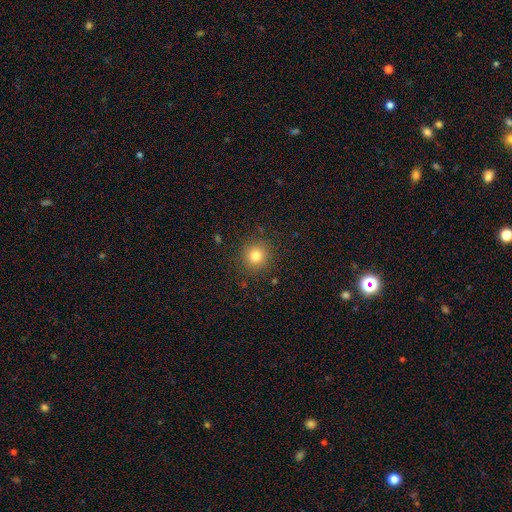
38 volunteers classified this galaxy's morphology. Overall: smooth (89%). How rounded: round (94%). Merging: none (80%).